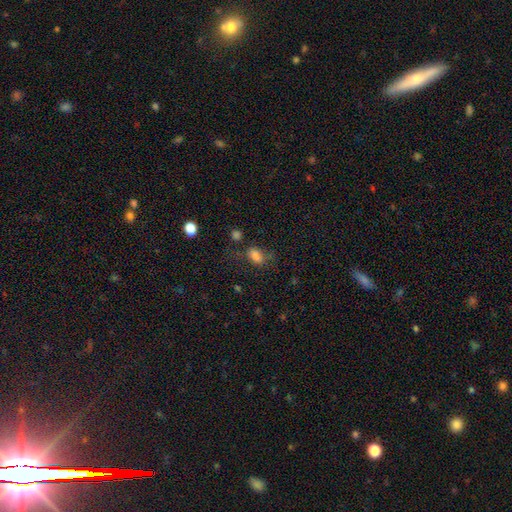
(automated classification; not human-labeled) The model was most divided on "merging": none: 60%, minor disturbance: 22%, major disturbance: 12%, merger: 5%. More confident: how rounded — in between (81%); smooth or featured — smooth (79%).